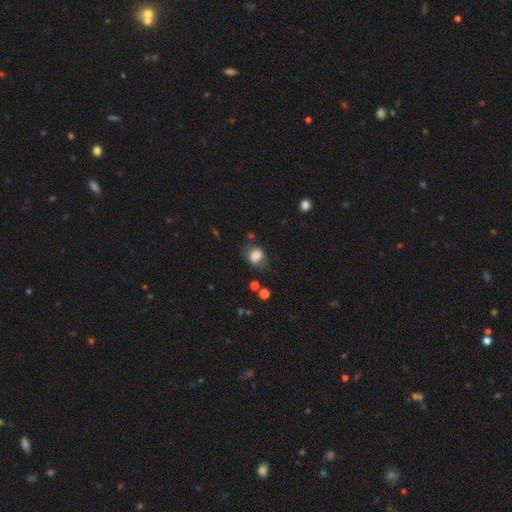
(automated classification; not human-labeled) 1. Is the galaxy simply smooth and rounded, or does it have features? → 78% smooth, 13% featured or disk, 10% star or artifact.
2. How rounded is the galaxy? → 60% in between, 39% round, 1% cigar-shaped.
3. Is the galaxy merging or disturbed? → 58% none, 25% minor disturbance, 13% major disturbance, 3% merger.